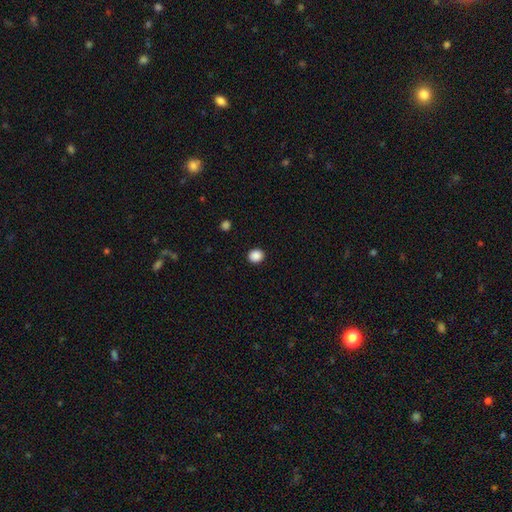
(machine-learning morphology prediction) smooth_or_featured: smooth (p=0.88) [alt: star or artifact p=0.09]
how_rounded: round (p=0.78) [alt: in between p=0.21]
merging: none (p=0.92) [alt: minor disturbance p=0.05]